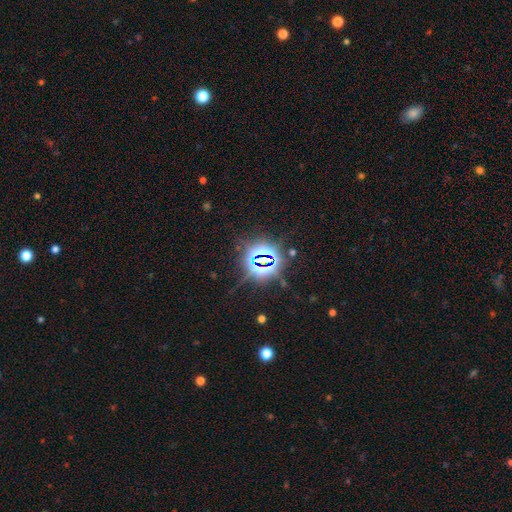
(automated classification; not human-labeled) Smooth or featured: star or artifact — 83% (smooth — 10%)